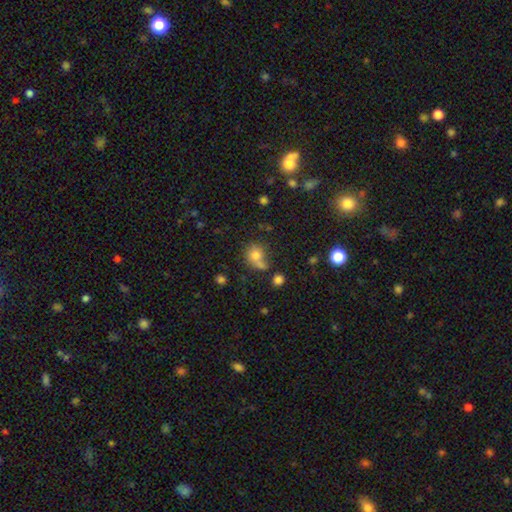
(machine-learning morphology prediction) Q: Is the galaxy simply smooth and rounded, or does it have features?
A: smooth — 73%.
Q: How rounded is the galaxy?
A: round — 69%.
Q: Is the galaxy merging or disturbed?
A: none — 42%.